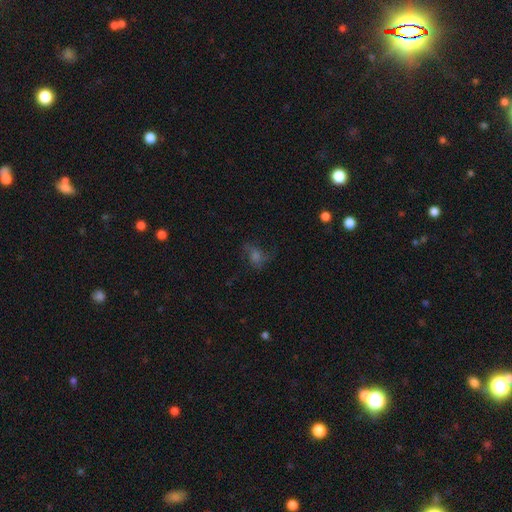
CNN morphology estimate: smooth_or_featured: smooth (p=0.36) [alt: featured or disk p=0.35]
merging: none (p=0.57) [alt: major disturbance p=0.21]